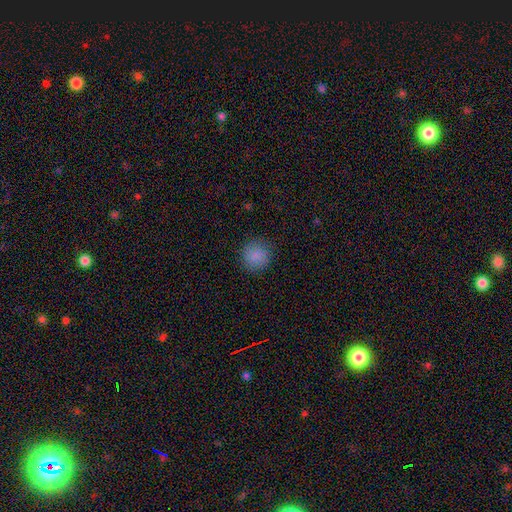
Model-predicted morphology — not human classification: type=smooth (86%); roundness=round (91%); merging=none (86%).